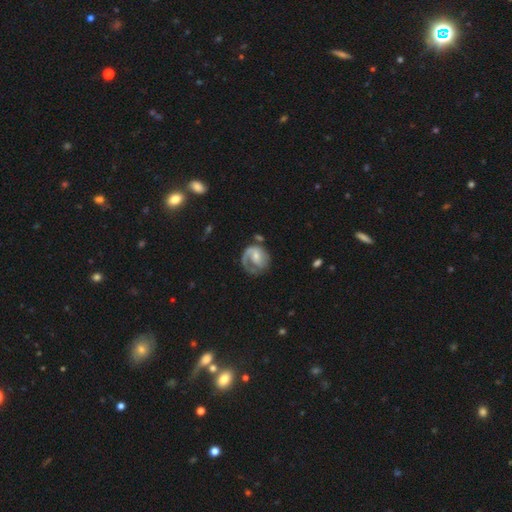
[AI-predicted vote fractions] Morphology: type=featured or disk (73%); edge-on=no (98%); bar=no (51%); spiral arms=yes (88%); winding=tight (39%, tied with medium); arm count=1 (63%); bulge=small (53%); merging=none (52%).